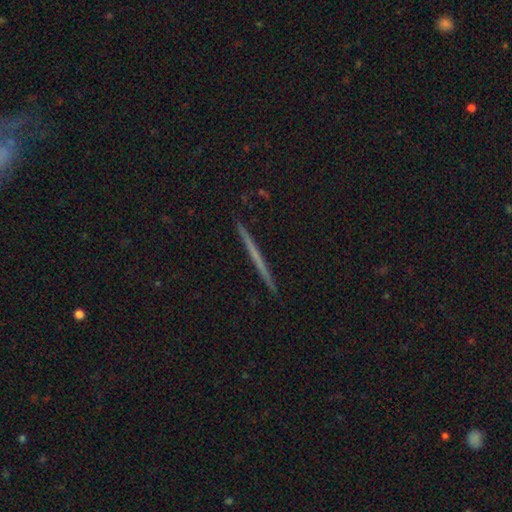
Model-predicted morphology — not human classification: featured or disk 55%, smooth 39%, star or artifact 6%. Down the decision tree: edge-on disk — yes (98%); edge-on bulge — none (92%); merging — none (93%).